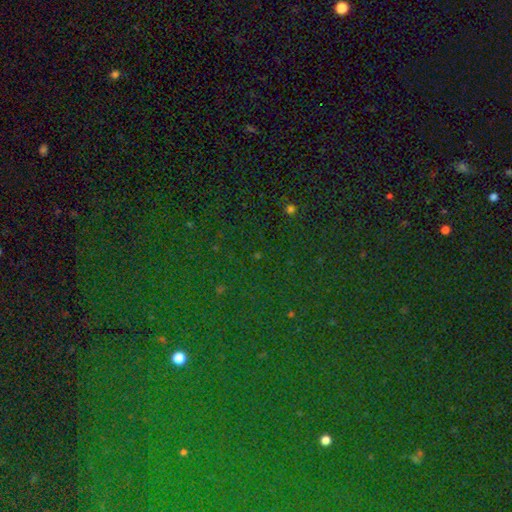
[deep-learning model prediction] Smooth or featured? Predicted: star or artifact (p=0.80).